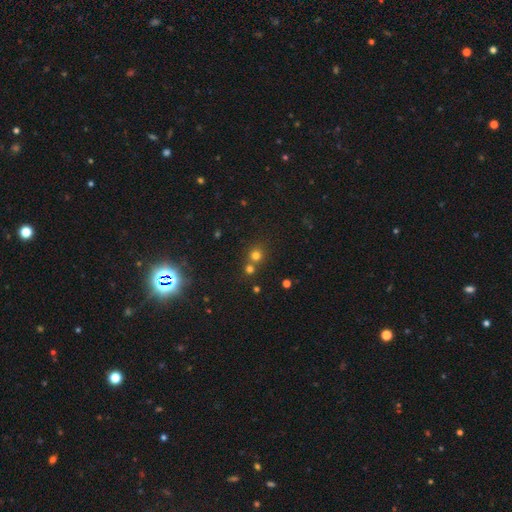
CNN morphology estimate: smooth 72%, star or artifact 20%, featured or disk 8%. Down the decision tree: how rounded — round (89%); merging — none (59%).